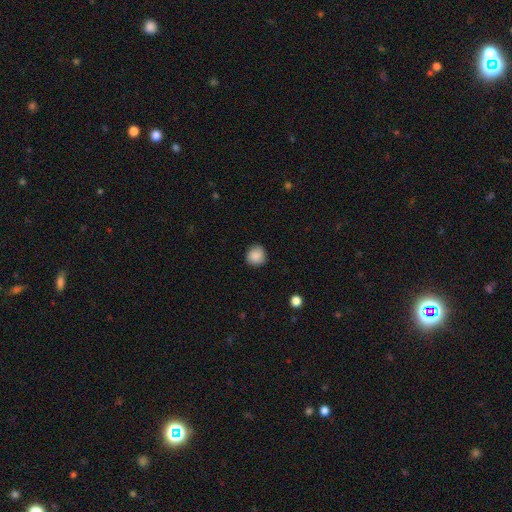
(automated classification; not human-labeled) This appears to be a smooth galaxy with no disk features (87%) that is round (91%). Merging: none (87%).